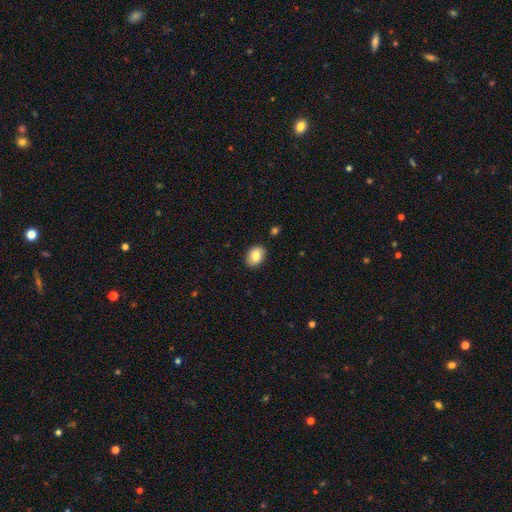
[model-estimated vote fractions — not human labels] smooth_or_featured: smooth (p=0.83) [alt: featured or disk p=0.10]
how_rounded: in between (p=0.76) [alt: round p=0.23]
merging: none (p=0.88) [alt: minor disturbance p=0.09]